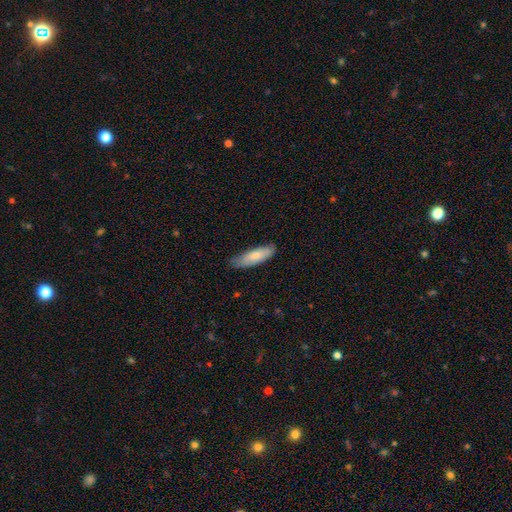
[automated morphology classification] A smooth galaxy with no disk features (74%) that is in between round and cigar-shaped (55%).

Vote fractions:
- Smooth or featured? smooth: 74% / featured or disk: 21% / star or artifact: 5%
- How rounded? in between: 55% / cigar-shaped: 44% / round: 2%
- Merging? none: 73% / minor disturbance: 22% / major disturbance: 3% / merger: 1%